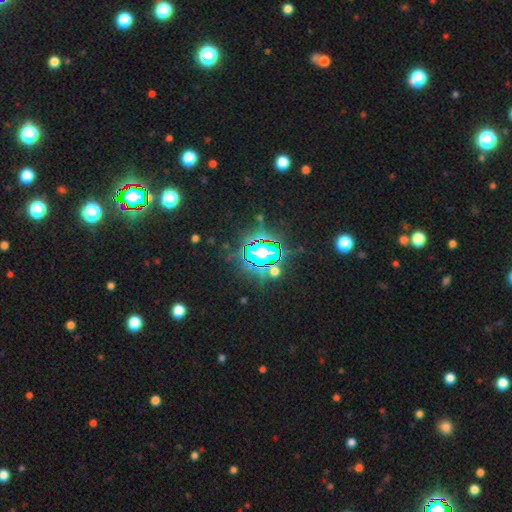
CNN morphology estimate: Smooth or featured: star or artifact — 82% (smooth — 11%)